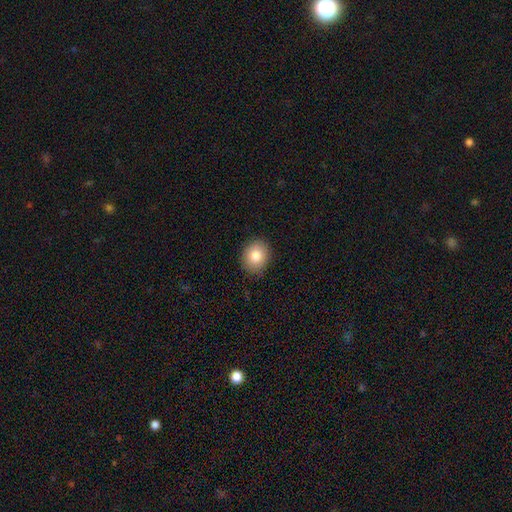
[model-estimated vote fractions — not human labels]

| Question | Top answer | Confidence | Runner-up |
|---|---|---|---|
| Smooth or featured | smooth | 84% | star or artifact (8%) |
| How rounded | round | 61% | in between (38%) |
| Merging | none | 88% | minor disturbance (9%) |